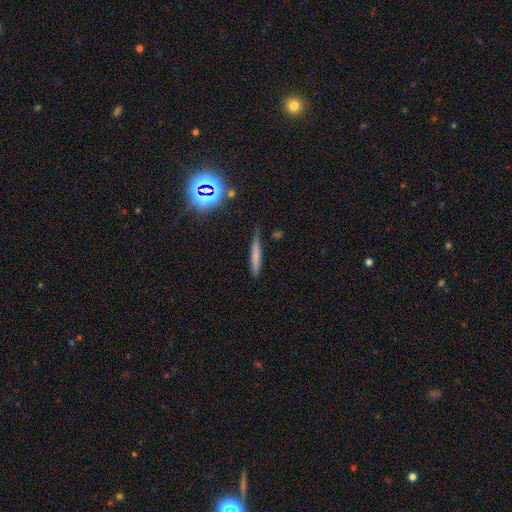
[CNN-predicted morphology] The model was most divided on "smooth or featured": smooth: 65%, featured or disk: 24%, star or artifact: 12%. More confident: how rounded — cigar-shaped (93%); merging — none (79%).